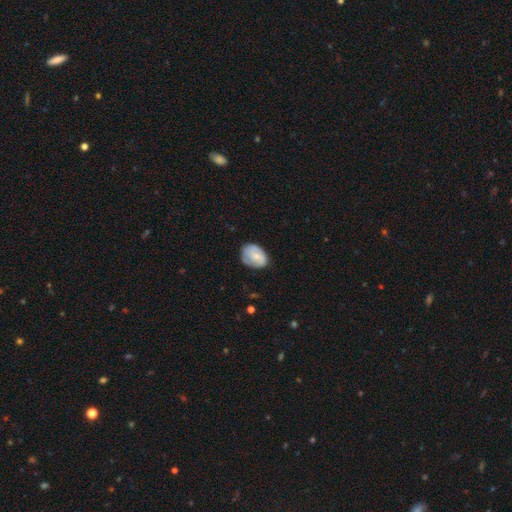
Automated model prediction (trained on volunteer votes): smooth_or_featured: smooth (p=0.60) [alt: featured or disk p=0.33]
how_rounded: in between (p=0.72) [alt: round p=0.27]
merging: none (p=0.66) [alt: minor disturbance p=0.27]